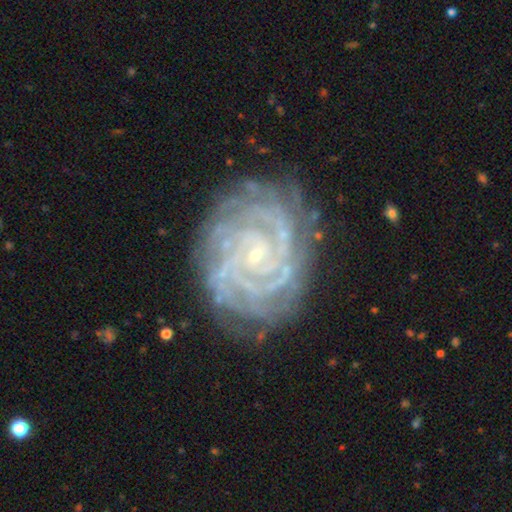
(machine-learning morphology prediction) smooth-or-featured: featured or disk: 91% | star or artifact: 5% | smooth: 4%
  disk-edge-on: no: 98% | yes: 2%
    bar: no: 66% | weak: 24% | strong: 10%
    has-spiral-arms: yes: 98% | no: 2%
      spiral-winding: tight: 83% | medium: 15% | loose: 2%
      spiral-arm-count: 4: 22% | 3: 19% | 2: 18% | can't tell: 18% | more than 4: 15% | 1: 9%
    bulge-size: small: 87% | moderate: 9% | none: 2% | large: 1% | dominant: 1%
  merging: none: 80% | minor disturbance: 14% | major disturbance: 4% | merger: 1%